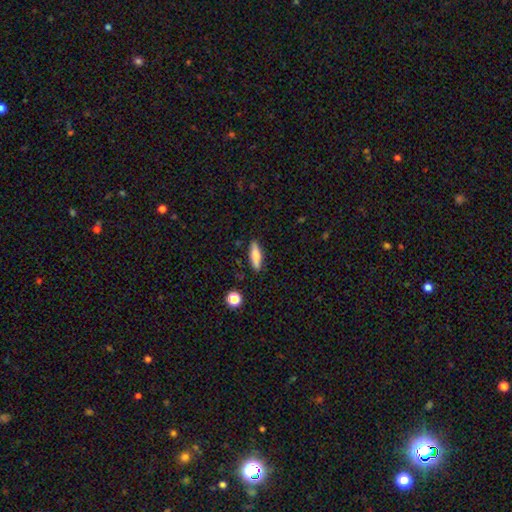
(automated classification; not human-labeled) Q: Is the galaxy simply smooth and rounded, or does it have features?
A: smooth — 75%.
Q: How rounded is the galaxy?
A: cigar-shaped — 61%.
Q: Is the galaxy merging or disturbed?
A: none — 86%.